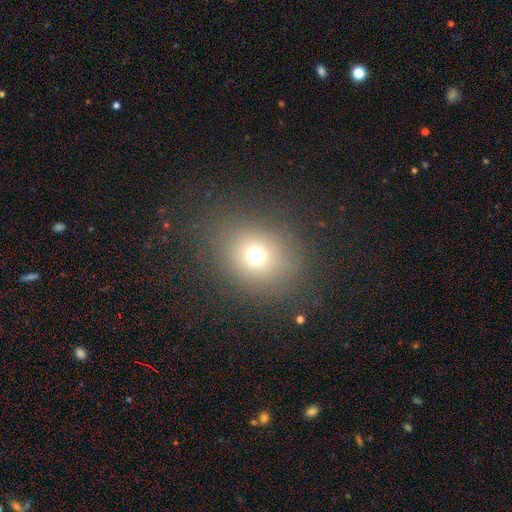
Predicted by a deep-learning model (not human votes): Smooth or featured?
  - smooth: 69% *
  - star or artifact: 20%
  - featured or disk: 11%
How rounded?
  - round: 69% *
  - in between: 30%
  - cigar-shaped: 1%
Merging?
  - none: 82% *
  - minor disturbance: 9%
  - major disturbance: 7%
  - merger: 2%